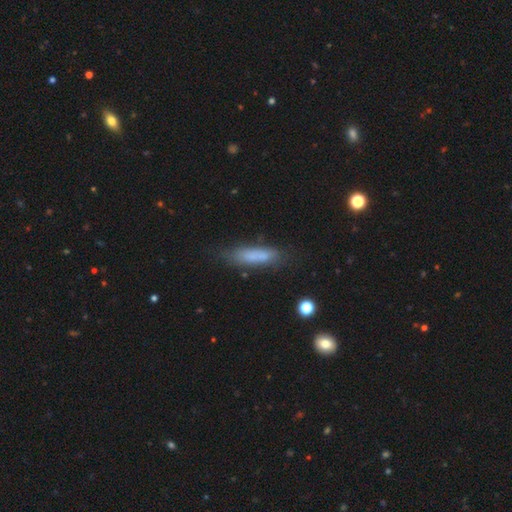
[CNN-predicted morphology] type=smooth (75%); roundness=cigar-shaped (70%); merging=none (72%).